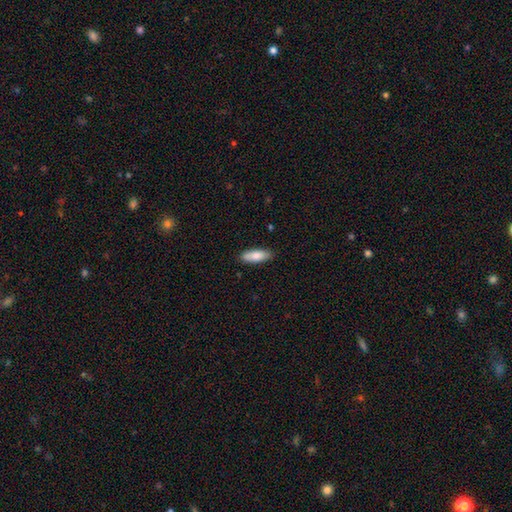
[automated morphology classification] type=smooth (83%); roundness=in between (65%); merging=none (86%).